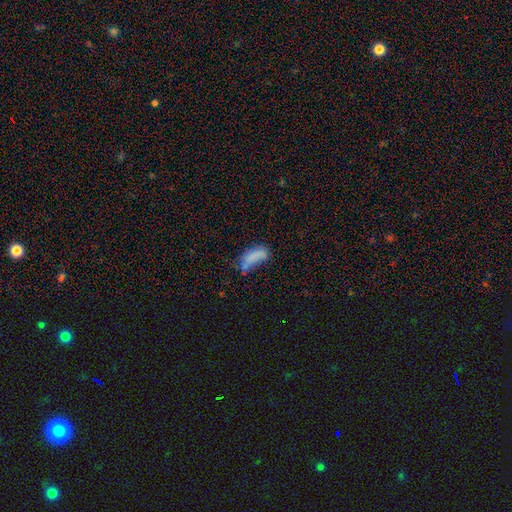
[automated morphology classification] Overall: smooth (73%). How rounded: in between (79%). Merging: none (32%; major disturbance 30%).